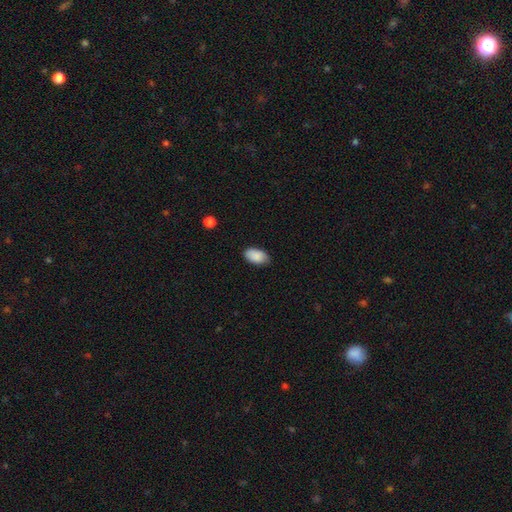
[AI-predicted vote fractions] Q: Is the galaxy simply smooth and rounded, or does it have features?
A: smooth — 86%.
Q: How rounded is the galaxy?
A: in between — 94%.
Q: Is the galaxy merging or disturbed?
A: none — 81%.